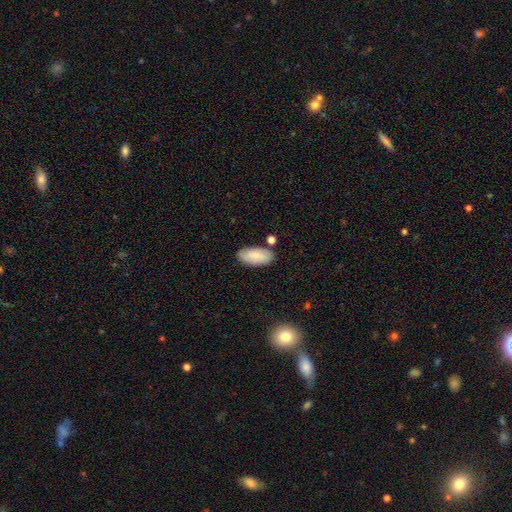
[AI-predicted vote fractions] A smooth galaxy with no disk features (81%) that is in between round and cigar-shaped (92%). Merging: none (78%).